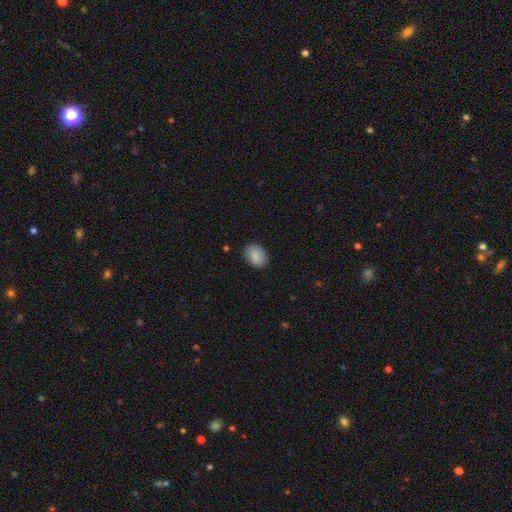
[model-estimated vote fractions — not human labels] Smooth or featured? smooth (83%)
How rounded? in between (75%)
Merging? none (87%)